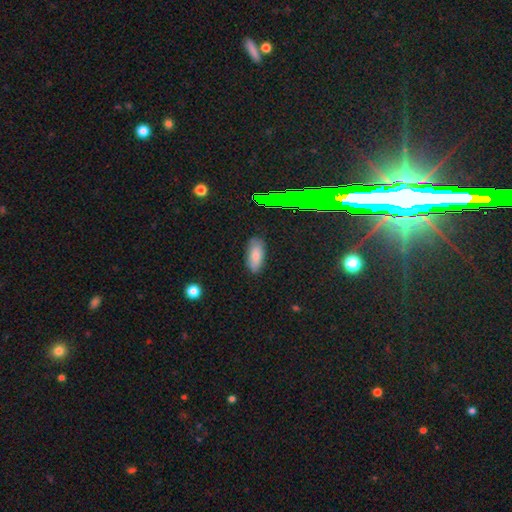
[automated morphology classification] Smooth or featured: smooth — 77% (star or artifact — 11%)
How rounded: in between — 87% (cigar-shaped — 11%)
Merging: none — 82% (minor disturbance — 14%)